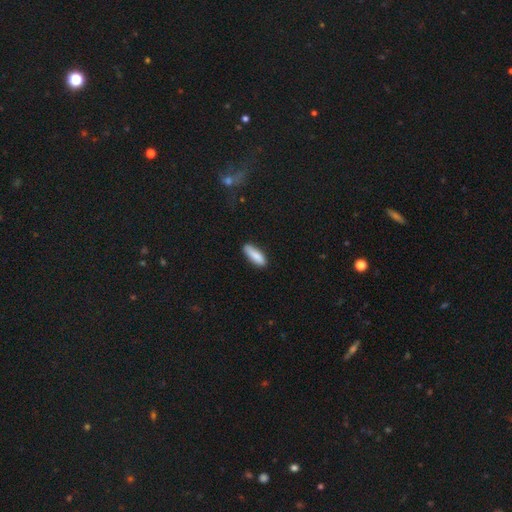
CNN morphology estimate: This appears to be a smooth galaxy with no disk features (86%) that is in between round and cigar-shaped (52%). Merging: none (81%).